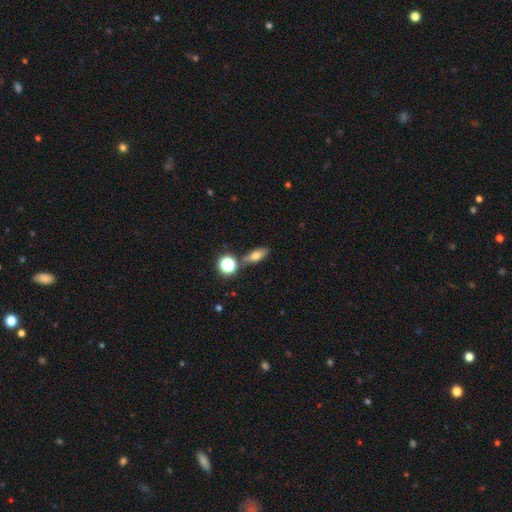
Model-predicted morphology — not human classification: Smooth or featured?
  - smooth: 64% *
  - featured or disk: 22%
  - star or artifact: 14%
How rounded?
  - in between: 61% *
  - cigar-shaped: 26%
  - round: 12%
Merging?
  - none: 75% *
  - minor disturbance: 12%
  - merger: 10%
  - major disturbance: 3%